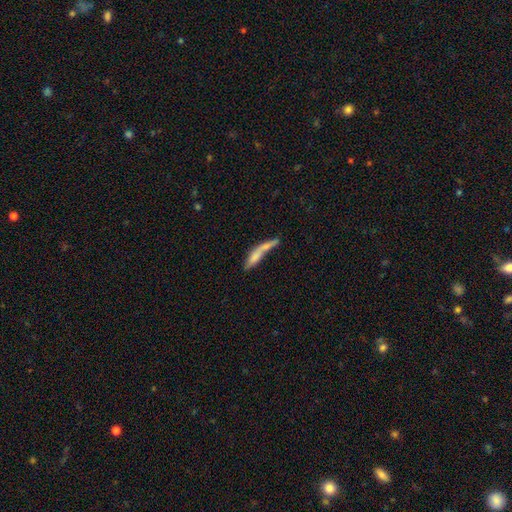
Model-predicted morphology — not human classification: This appears to be a smooth galaxy with no disk features (63%) that is cigar-shaped (77%). Merging: merger (44%).